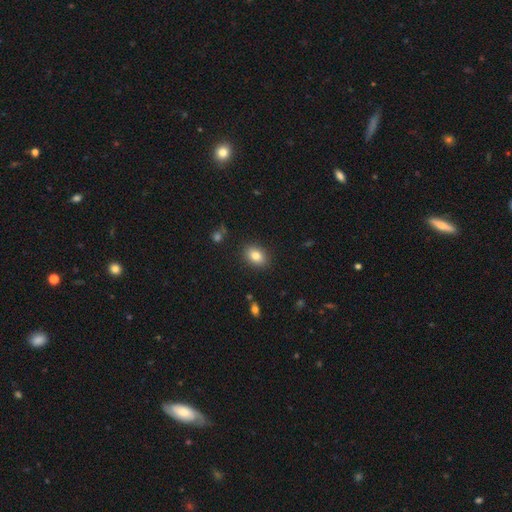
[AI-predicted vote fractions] The model was most divided on "how rounded": in between: 74%, round: 25%, cigar-shaped: 1%. More confident: merging — none (88%); smooth or featured — smooth (81%).